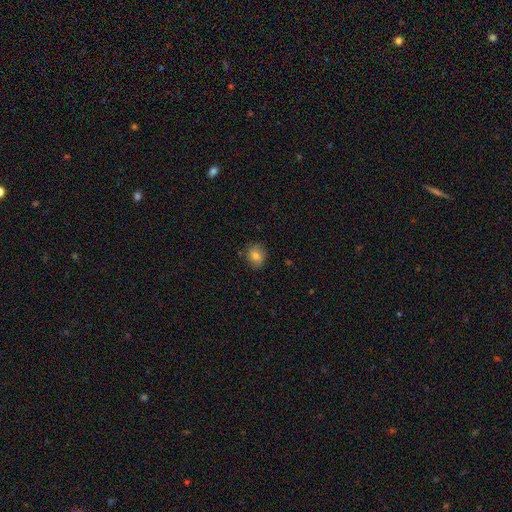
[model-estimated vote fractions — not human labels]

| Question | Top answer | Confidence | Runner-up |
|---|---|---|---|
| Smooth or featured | smooth | 78% | featured or disk (12%) |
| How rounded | round | 69% | in between (30%) |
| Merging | none | 82% | minor disturbance (14%) |